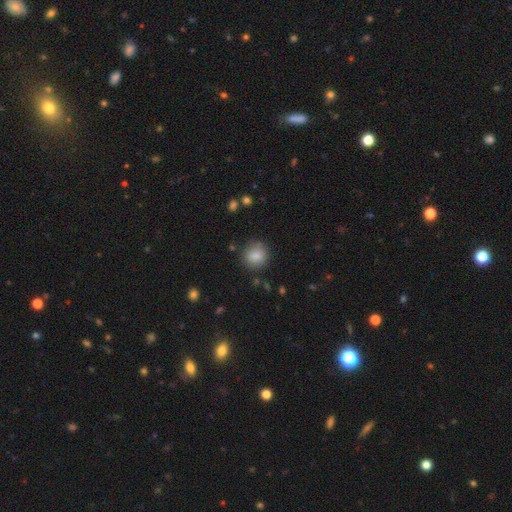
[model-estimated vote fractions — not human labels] Overall: smooth (84%). How rounded: round (79%). Merging: none (81%).